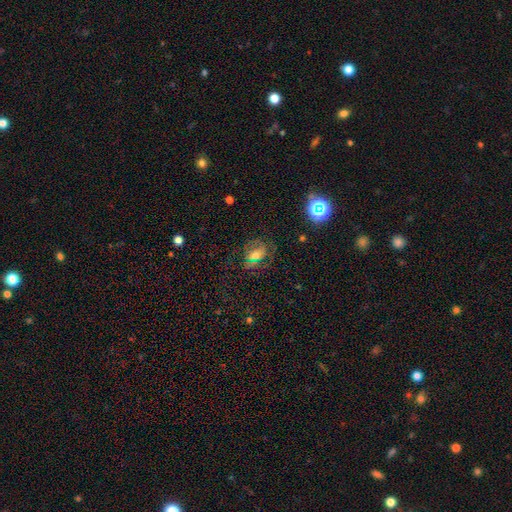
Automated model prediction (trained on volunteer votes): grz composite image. It shows a smooth galaxy with no disk features (44%). Merging: none (63%).